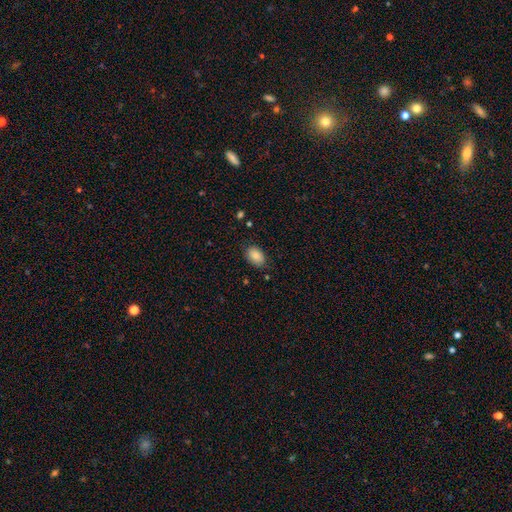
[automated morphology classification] A smooth galaxy with no disk features (85%) that is in between round and cigar-shaped (86%).

Vote fractions:
- Smooth or featured? smooth: 85% / star or artifact: 8% / featured or disk: 7%
- How rounded? in between: 86% / round: 13% / cigar-shaped: 1%
- Merging? none: 81% / minor disturbance: 15% / major disturbance: 3% / merger: 1%